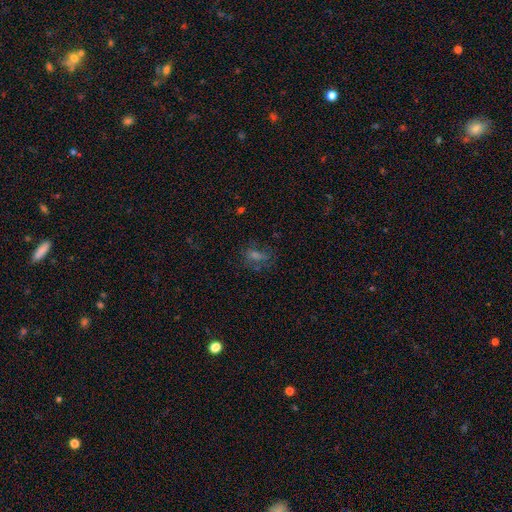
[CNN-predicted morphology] smooth 38%, star or artifact 34%, featured or disk 27%. Down the decision tree: merging — none (66%).